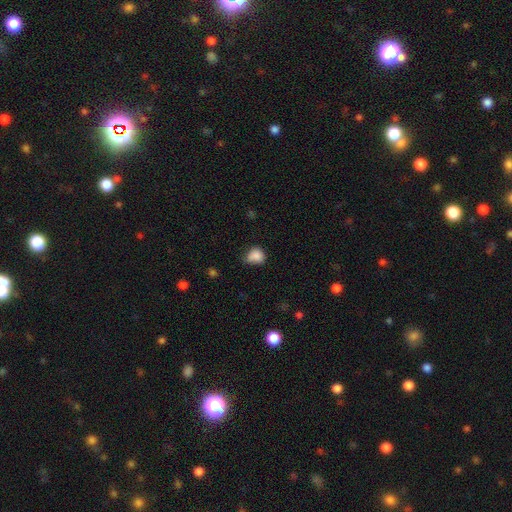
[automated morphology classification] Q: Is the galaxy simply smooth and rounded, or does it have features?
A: smooth — 84%.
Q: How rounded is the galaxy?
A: round — 59%.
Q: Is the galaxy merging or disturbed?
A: none — 47%.